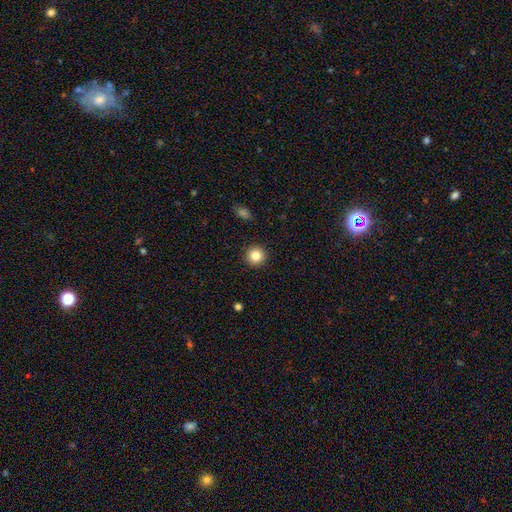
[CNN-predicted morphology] A smooth galaxy with no disk features (84%) that is round (95%).

Vote fractions:
- Smooth or featured? smooth: 84% / star or artifact: 10% / featured or disk: 6%
- How rounded? round: 95% / in between: 4% / cigar-shaped: 1%
- Merging? none: 93% / minor disturbance: 5% / major disturbance: 2% / merger: 1%